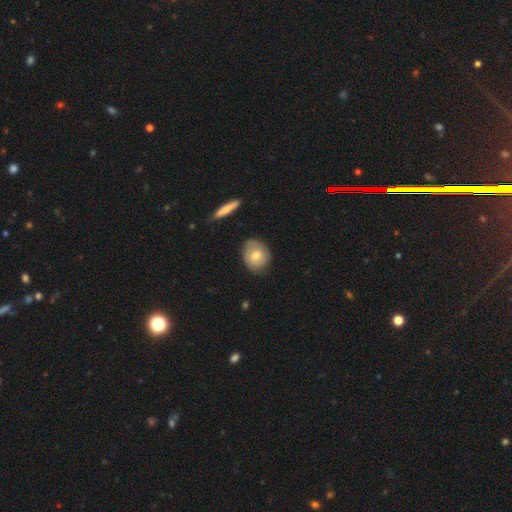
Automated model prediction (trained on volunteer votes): Smooth or featured?
  - smooth: 53% *
  - featured or disk: 41%
  - star or artifact: 6%
How rounded?
  - round: 55% *
  - in between: 43%
  - cigar-shaped: 2%
Merging?
  - none: 73% *
  - minor disturbance: 21%
  - major disturbance: 4%
  - merger: 2%